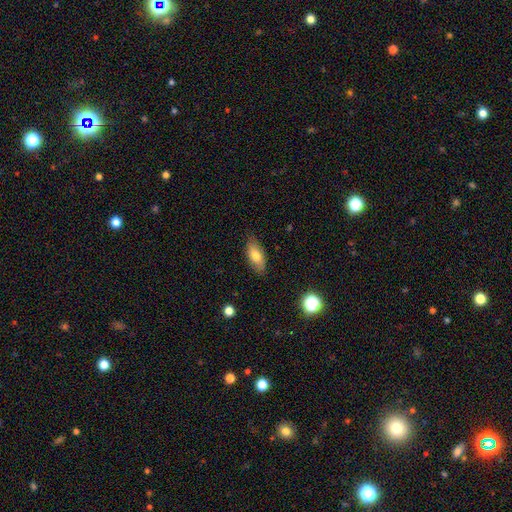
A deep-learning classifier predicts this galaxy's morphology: Q: Smooth or featured?
A: smooth (74%); runner-up: featured or disk (18%)
Q: How rounded?
A: in between (83%); runner-up: cigar-shaped (13%)
Q: Merging?
A: none (83%); runner-up: minor disturbance (13%)